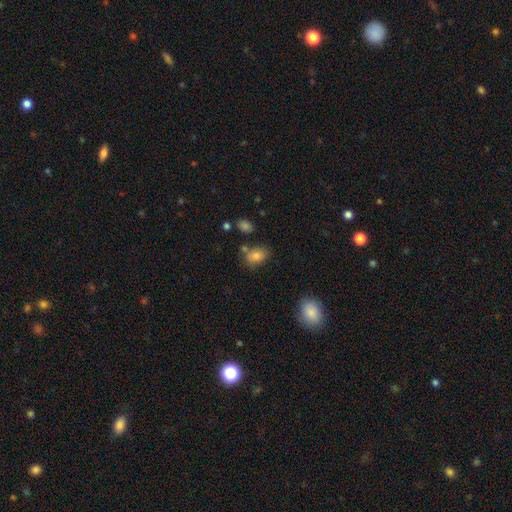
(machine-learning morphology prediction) smooth 77%, featured or disk 12%, star or artifact 11%. Down the decision tree: how rounded — in between (66%); merging — none (68%).